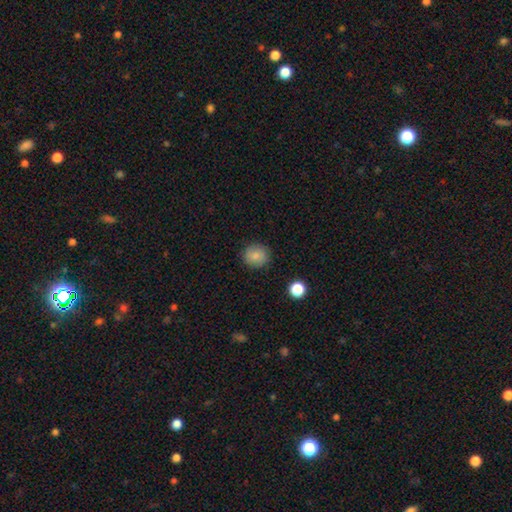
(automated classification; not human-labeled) Smooth or featured: smooth — 84% (star or artifact — 9%)
How rounded: round — 89% (in between — 10%)
Merging: none — 89% (minor disturbance — 8%)